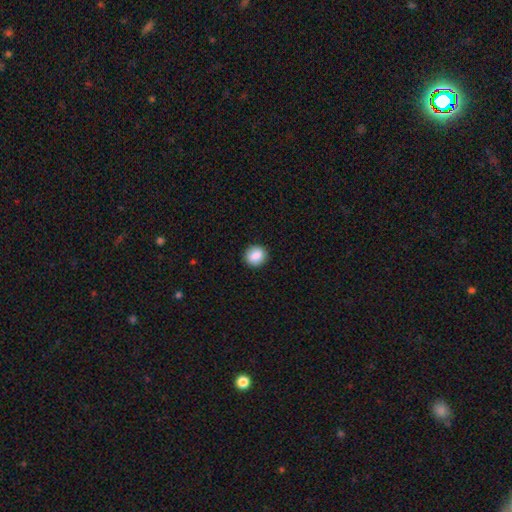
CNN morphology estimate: Smooth or featured? smooth (87%)
How rounded? round (84%)
Merging? none (91%)